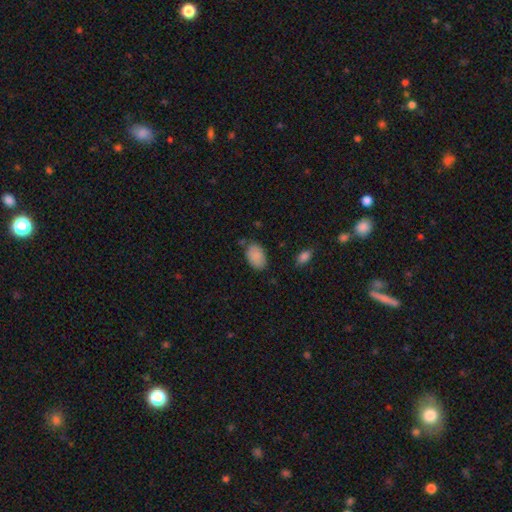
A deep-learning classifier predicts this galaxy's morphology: A smooth galaxy with no disk features (89%) that is in between round and cigar-shaped (92%).

Vote fractions:
- Smooth or featured? smooth: 89% / star or artifact: 7% / featured or disk: 4%
- How rounded? in between: 92% / round: 7% / cigar-shaped: 1%
- Merging? none: 75% / minor disturbance: 17% / major disturbance: 4% / merger: 3%